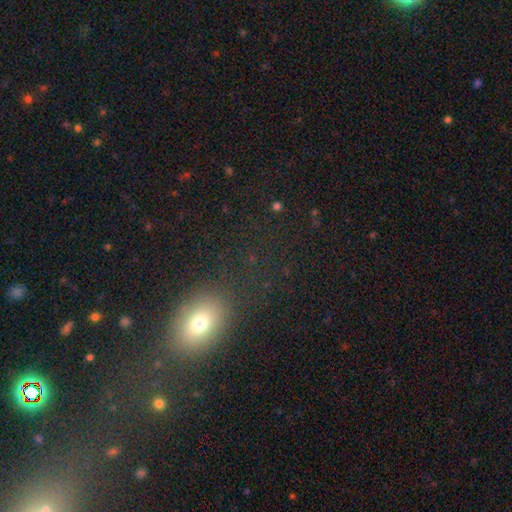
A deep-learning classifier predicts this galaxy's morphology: A smooth galaxy with no disk features (64%) that is in between round and cigar-shaped (66%). Merging: none (76%).